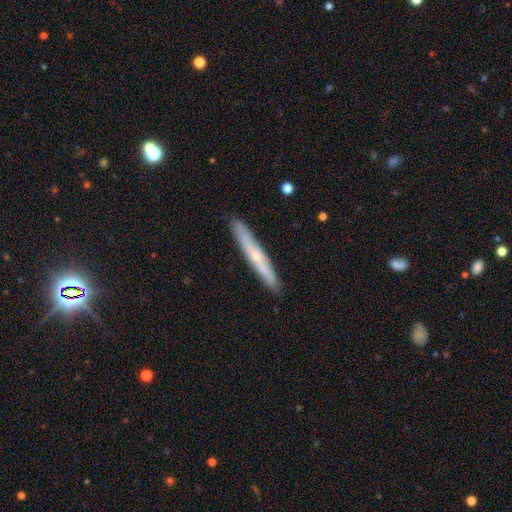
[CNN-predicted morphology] A featured or disk galaxy (50%). Merging: none (90%).